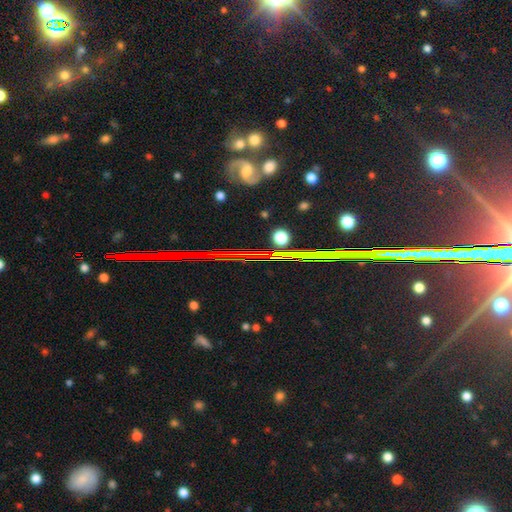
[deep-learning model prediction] smooth-or-featured: star or artifact: 84% | featured or disk: 9% | smooth: 7%